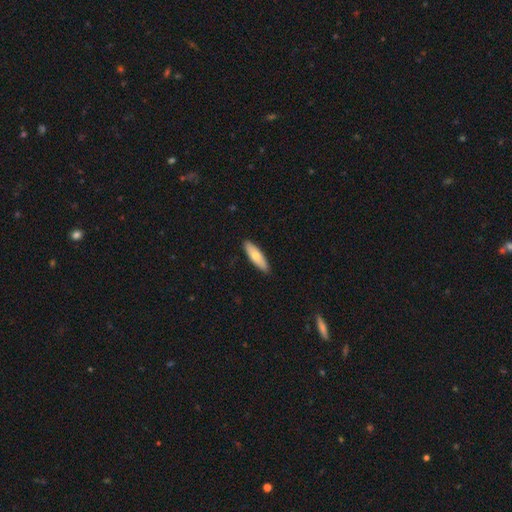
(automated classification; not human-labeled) smooth_or_featured: smooth (p=0.67) [alt: featured or disk p=0.27]
how_rounded: cigar-shaped (p=0.49) [tied with: in between p=0.49]
merging: none (p=0.89) [alt: minor disturbance p=0.09]